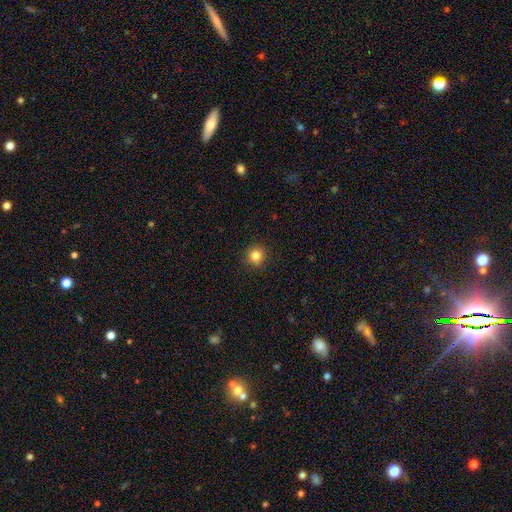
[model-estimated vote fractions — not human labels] A smooth galaxy with no disk features (83%) that is round (92%).

Vote fractions:
- Smooth or featured? smooth: 83% / star or artifact: 12% / featured or disk: 5%
- How rounded? round: 92% / in between: 7% / cigar-shaped: 1%
- Merging? none: 90% / minor disturbance: 7% / major disturbance: 2% / merger: 1%